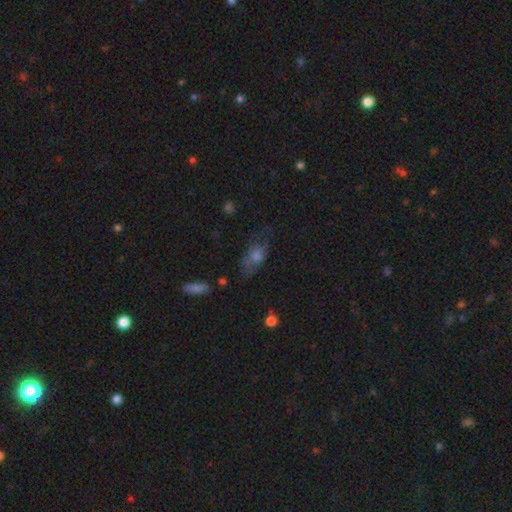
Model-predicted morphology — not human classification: Smooth or featured?
  - smooth: 52% *
  - featured or disk: 32%
  - star or artifact: 15%
How rounded?
  - in between: 72% *
  - cigar-shaped: 17%
  - round: 11%
Merging?
  - none: 55% *
  - minor disturbance: 25%
  - major disturbance: 17%
  - merger: 3%